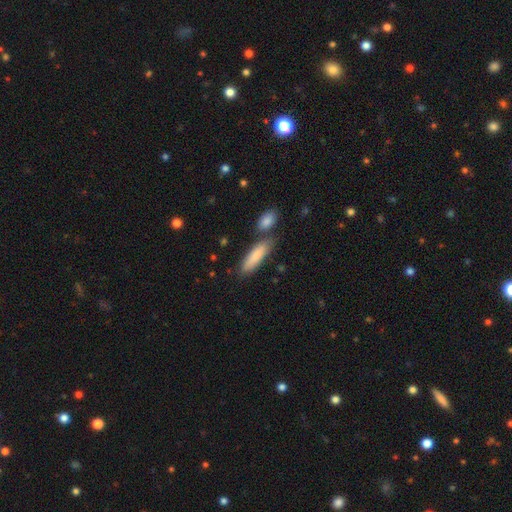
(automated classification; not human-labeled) smooth_or_featured: smooth (p=0.86) [alt: featured or disk p=0.09]
how_rounded: cigar-shaped (p=0.57) [alt: in between p=0.41]
merging: none (p=0.66) [alt: merger p=0.16]